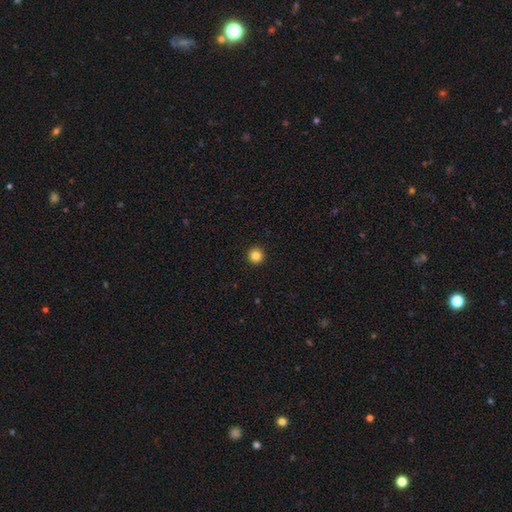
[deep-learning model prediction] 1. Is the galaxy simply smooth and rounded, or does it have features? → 84% smooth, 11% star or artifact, 4% featured or disk.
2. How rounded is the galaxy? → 96% round, 3% in between, 1% cigar-shaped.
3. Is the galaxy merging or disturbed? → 94% none, 4% minor disturbance, 1% major disturbance, 1% merger.